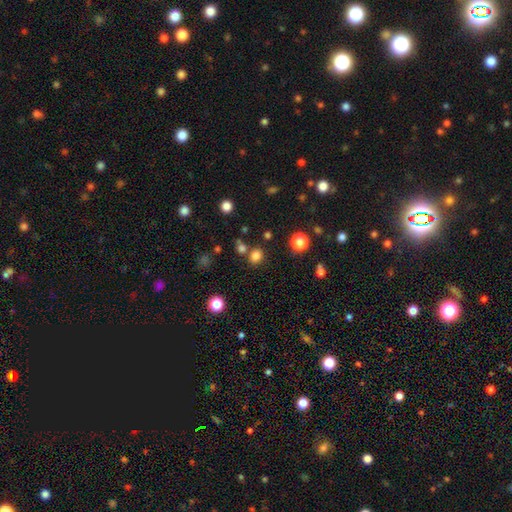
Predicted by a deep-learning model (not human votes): smooth_or_featured: smooth (p=0.79) [alt: star or artifact p=0.16]
how_rounded: round (p=0.62) [alt: in between p=0.37]
merging: none (p=0.73) [alt: merger p=0.14]